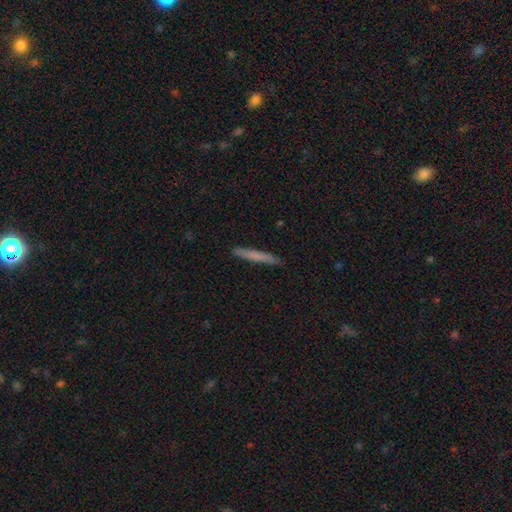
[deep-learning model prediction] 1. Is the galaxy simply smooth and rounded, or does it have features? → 68% smooth, 26% featured or disk, 6% star or artifact.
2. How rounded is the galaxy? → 96% cigar-shaped, 3% in between, 1% round.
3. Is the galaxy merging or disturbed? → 91% none, 7% minor disturbance, 1% major disturbance, 1% merger.